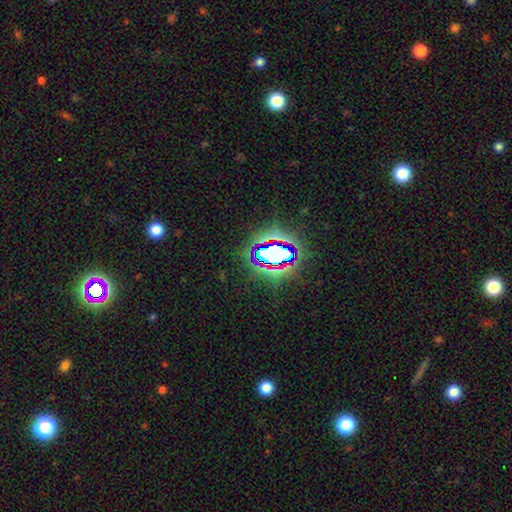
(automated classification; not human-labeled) A star or artifact, not a galaxy (70%).